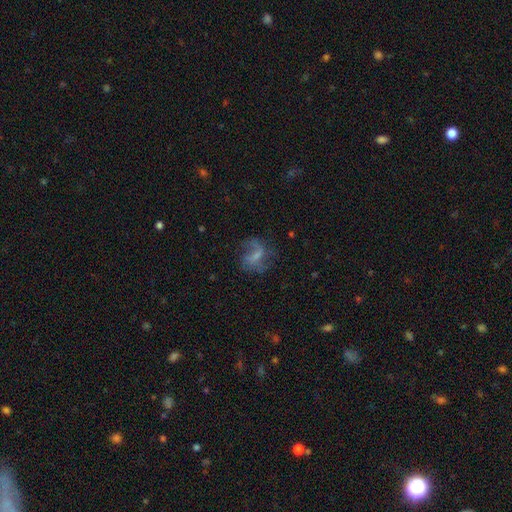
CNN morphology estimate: Overall: featured or disk (56%; smooth 31%). Edge-on disk: no (97%). Bar: weak (45%; no 36%). Spiral arms: yes (71%). Bulge size: none (46%; small 30%). Merging: none (46%; major disturbance 30%).